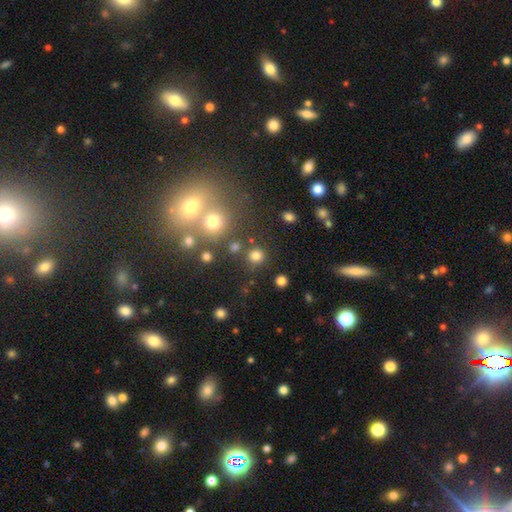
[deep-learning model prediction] Smooth or featured? Predicted: smooth (p=0.78). How rounded? Predicted: round (p=0.92). Merging? Predicted: none (p=0.84).